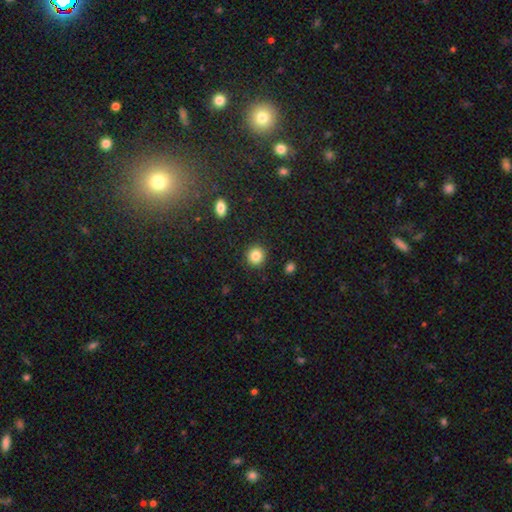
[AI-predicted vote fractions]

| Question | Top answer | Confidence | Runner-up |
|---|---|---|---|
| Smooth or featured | smooth | 85% | star or artifact (10%) |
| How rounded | round | 91% | in between (8%) |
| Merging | none | 91% | minor disturbance (5%) |